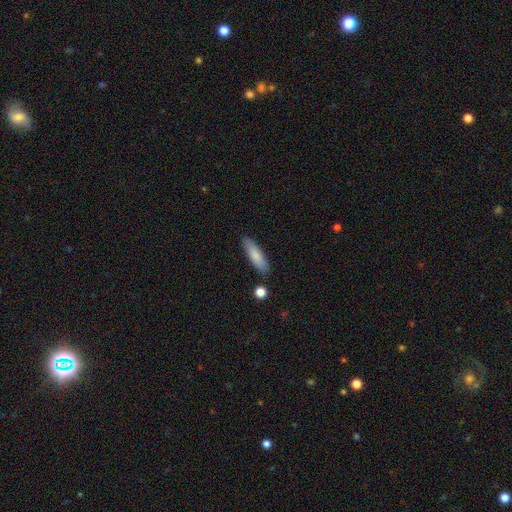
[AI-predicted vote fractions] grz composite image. It shows a smooth galaxy with no disk features (80%) that is cigar-shaped (66%). Merging: none (85%).